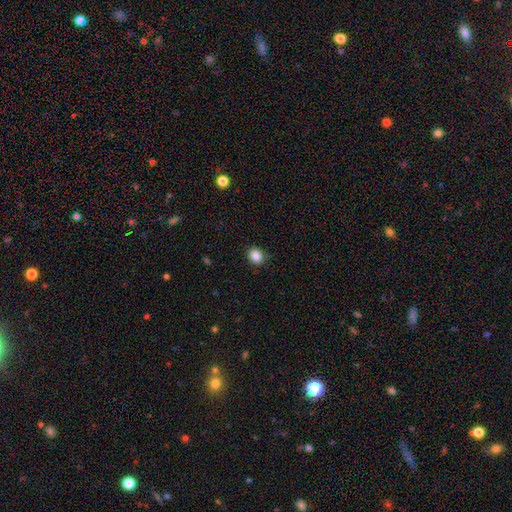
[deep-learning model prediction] A smooth galaxy with no disk features (86%) that is round (69%). Merging: none (87%).